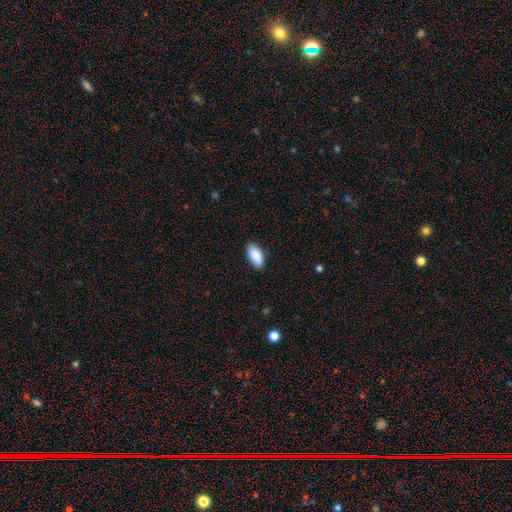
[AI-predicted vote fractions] The model was most divided on "merging": none: 85%, minor disturbance: 11%, major disturbance: 2%, merger: 1%. More confident: how rounded — in between (94%); smooth or featured — smooth (90%).